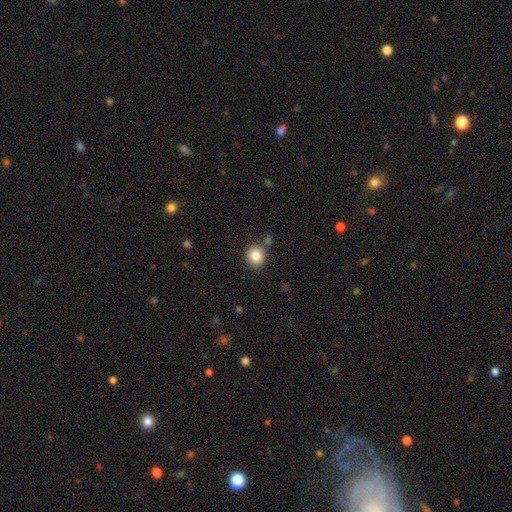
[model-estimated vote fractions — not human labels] Morphology: type=smooth (85%); roundness=round (79%); merging=none (81%).